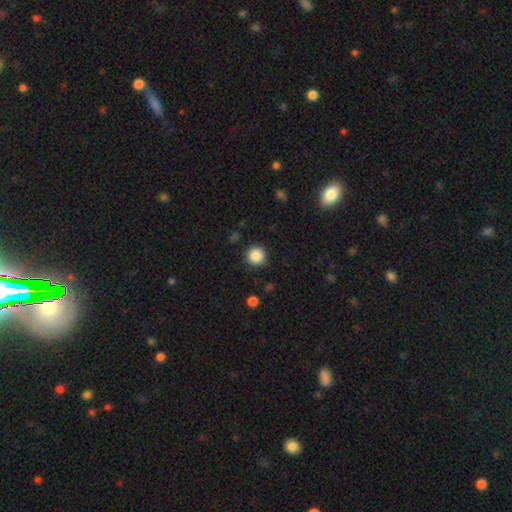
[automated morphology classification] type=smooth (87%); roundness=round (95%); merging=none (91%).